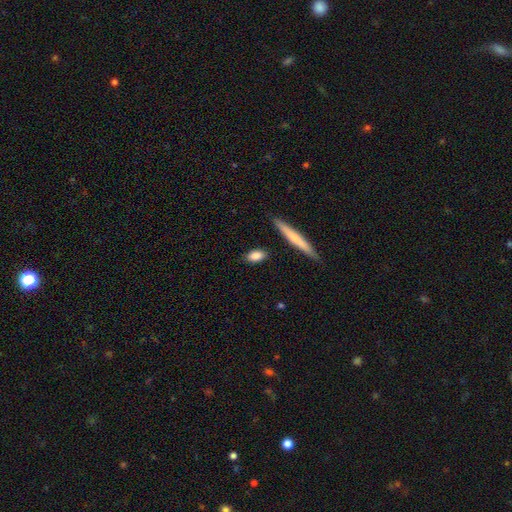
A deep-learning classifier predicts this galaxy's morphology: Smooth or featured? Predicted: smooth (p=0.83). How rounded? Predicted: in between (p=0.75). Merging? Predicted: none (p=0.85).